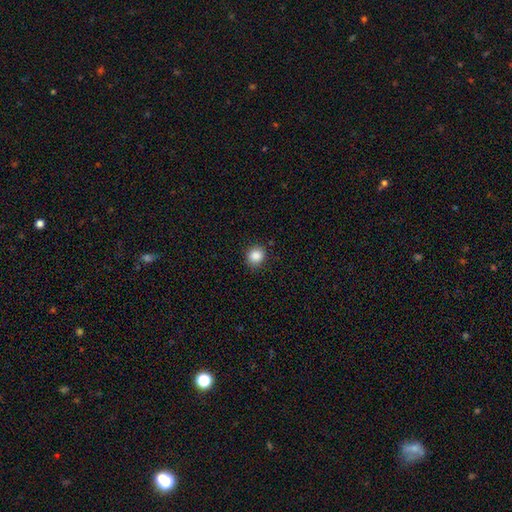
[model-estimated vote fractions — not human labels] smooth_or_featured: smooth (p=0.87) [alt: star or artifact p=0.10]
how_rounded: round (p=0.78) [alt: in between p=0.21]
merging: none (p=0.87) [alt: minor disturbance p=0.09]